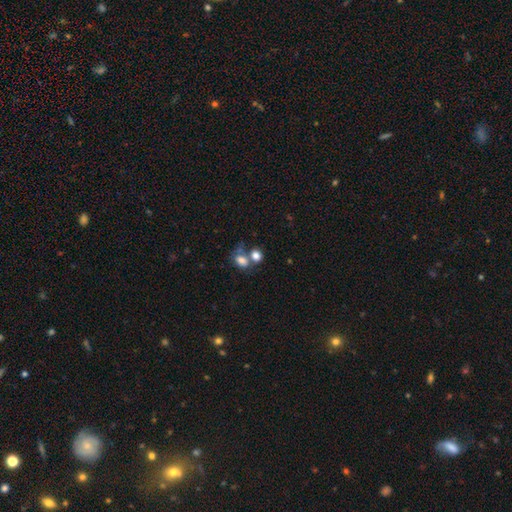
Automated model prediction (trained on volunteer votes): A smooth galaxy with no disk features (78%) that is in between round and cigar-shaped (56%). Merging: merger (46%).